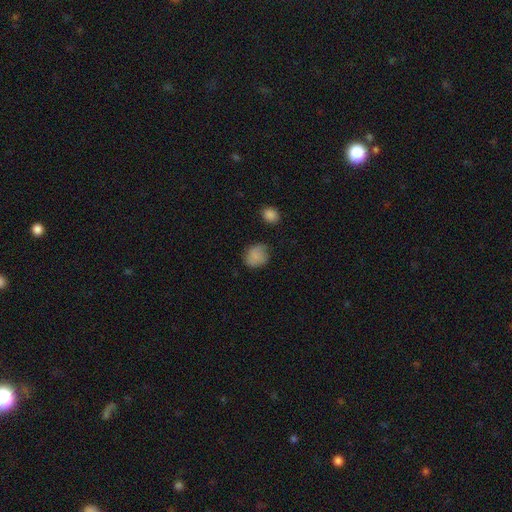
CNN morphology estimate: This appears to be a smooth galaxy with no disk features (83%) that is round (70%). Merging: none (64%).